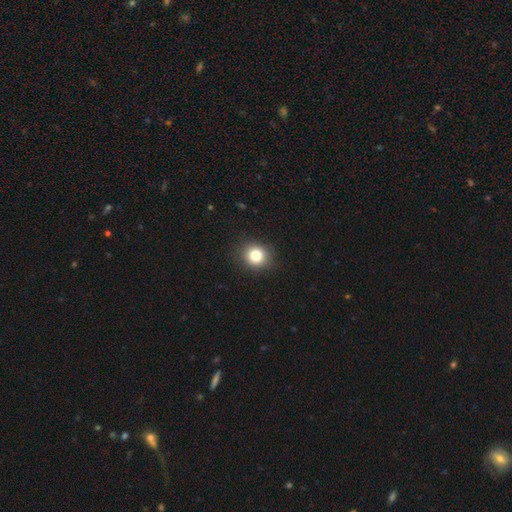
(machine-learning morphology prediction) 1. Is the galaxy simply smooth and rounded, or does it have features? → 83% smooth, 11% star or artifact, 6% featured or disk.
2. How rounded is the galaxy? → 80% round, 19% in between, 1% cigar-shaped.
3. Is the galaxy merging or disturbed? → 89% none, 8% minor disturbance, 2% major disturbance, 1% merger.